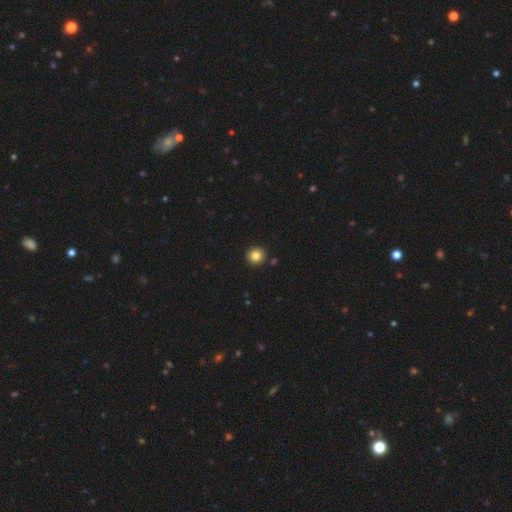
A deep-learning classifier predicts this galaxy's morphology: A smooth galaxy with no disk features (84%) that is round (94%). Merging: none (92%).